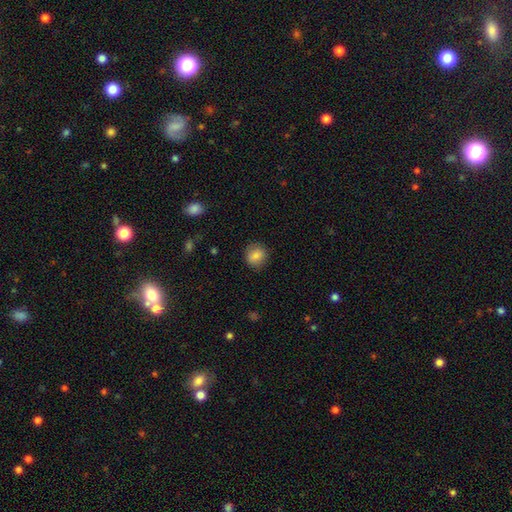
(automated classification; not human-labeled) Overall: smooth (85%). How rounded: round (81%). Merging: none (86%).